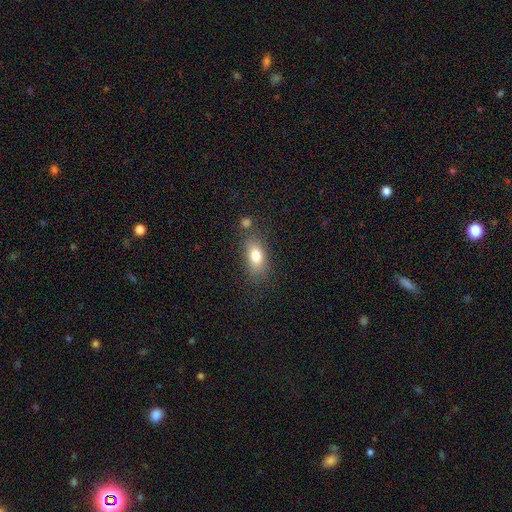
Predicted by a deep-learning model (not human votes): smooth-or-featured: smooth: 78% | featured or disk: 13% | star or artifact: 9%
  how-rounded: in between: 84% | round: 10% | cigar-shaped: 6%
  merging: none: 73% | minor disturbance: 15% | merger: 7% | major disturbance: 5%